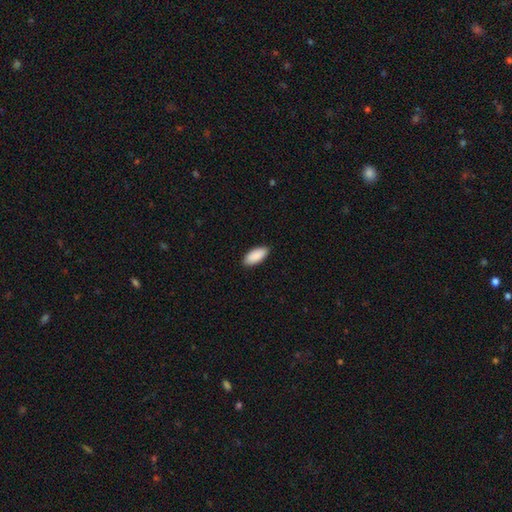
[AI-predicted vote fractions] Smooth or featured? smooth (91%)
How rounded? in between (87%)
Merging? none (90%)